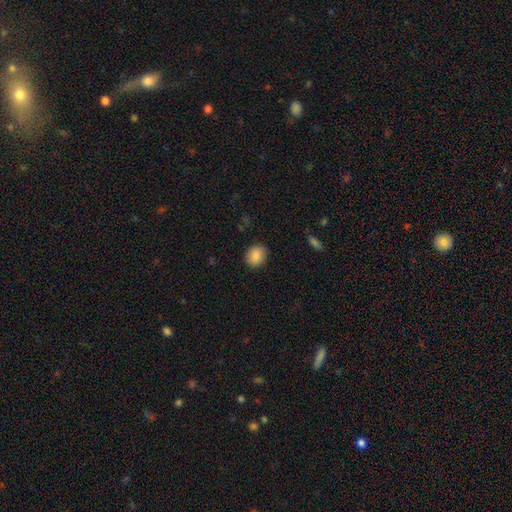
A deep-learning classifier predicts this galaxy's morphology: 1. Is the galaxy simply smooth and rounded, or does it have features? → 86% smooth, 8% star or artifact, 5% featured or disk.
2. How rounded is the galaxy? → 73% round, 26% in between, 1% cigar-shaped.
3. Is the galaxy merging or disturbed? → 88% none, 9% minor disturbance, 2% major disturbance, 1% merger.